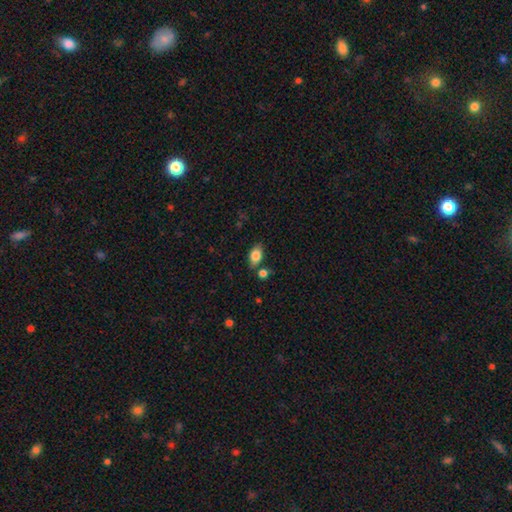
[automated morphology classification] Overall: smooth (81%). How rounded: in between (86%). Merging: none (72%).